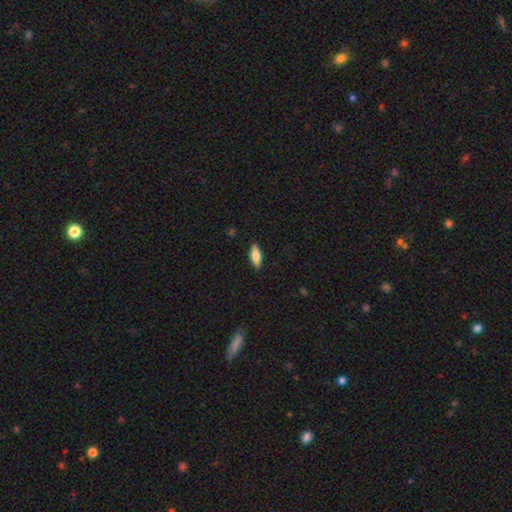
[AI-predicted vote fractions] smooth 64%, featured or disk 30%, star or artifact 6%. Down the decision tree: how rounded — in between (58%); merging — none (89%).